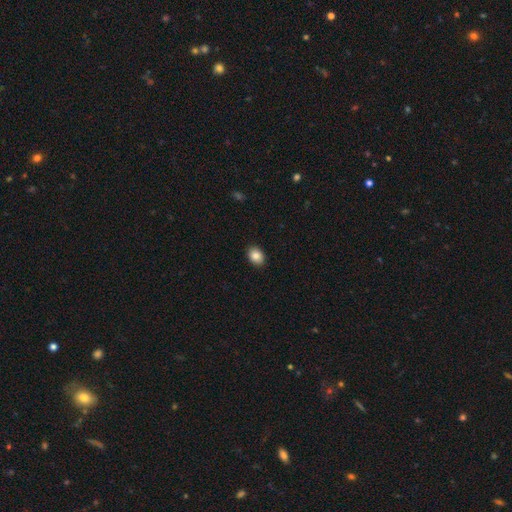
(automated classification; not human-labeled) Smooth or featured? smooth (86%)
How rounded? in between (71%)
Merging? none (90%)